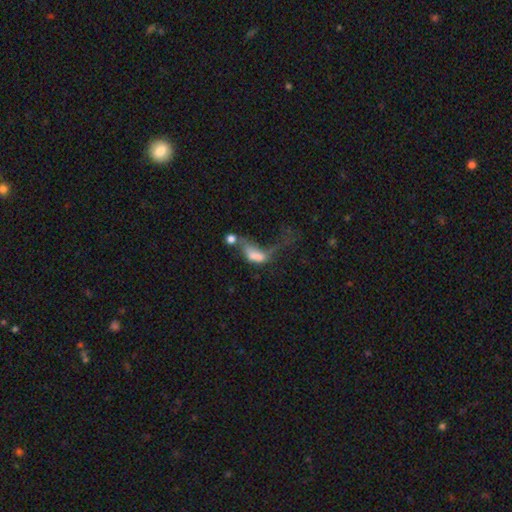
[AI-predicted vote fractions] A smooth galaxy with no disk features (60%) that is in between round and cigar-shaped (80%).

Vote fractions:
- Smooth or featured? smooth: 60% / featured or disk: 28% / star or artifact: 12%
- How rounded? in between: 80% / cigar-shaped: 13% / round: 7%
- Merging? major disturbance: 44% / merger: 37% / none: 10% / minor disturbance: 9%